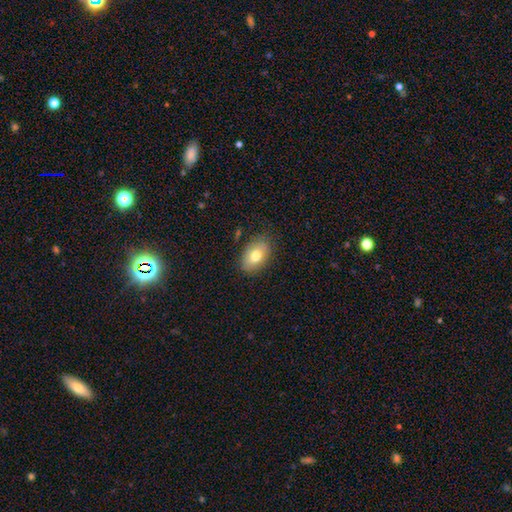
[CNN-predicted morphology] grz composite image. It shows a smooth galaxy with no disk features (75%) that is in between round and cigar-shaped (89%). Merging: none (81%).